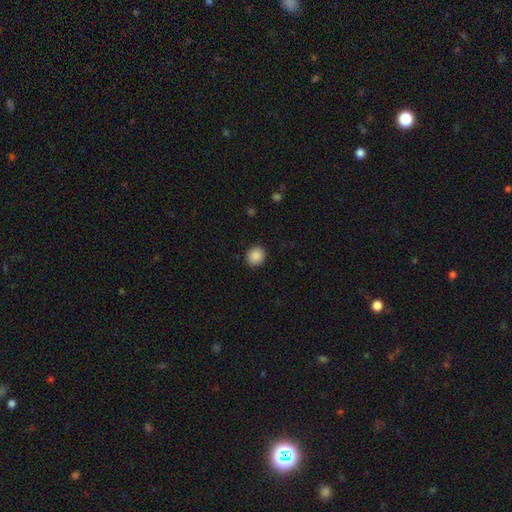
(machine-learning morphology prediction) Smooth or featured? Predicted: smooth (p=0.88). How rounded? Predicted: round (p=0.88). Merging? Predicted: none (p=0.91).